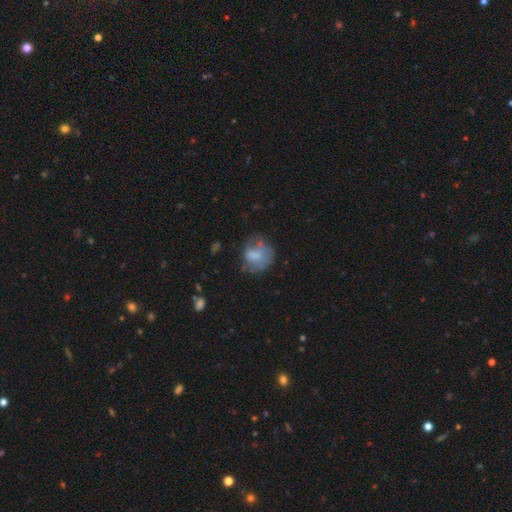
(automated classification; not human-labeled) Smooth or featured: smooth — 63% (featured or disk — 27%)
How rounded: round — 70% (in between — 29%)
Merging: none — 47% (minor disturbance — 28%)